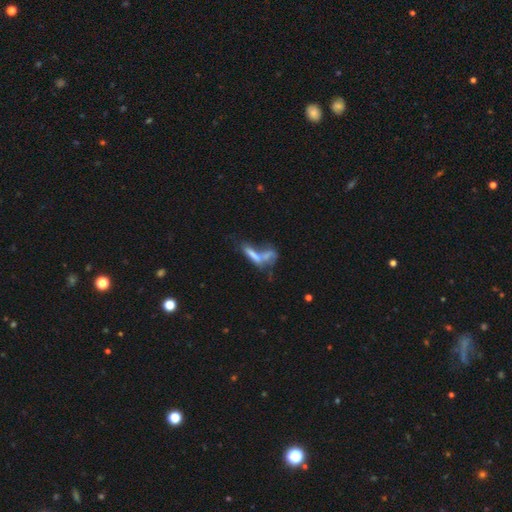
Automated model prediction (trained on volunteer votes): Smooth or featured? smooth (53%)
How rounded? cigar-shaped (64%)
Merging? merger (57%)